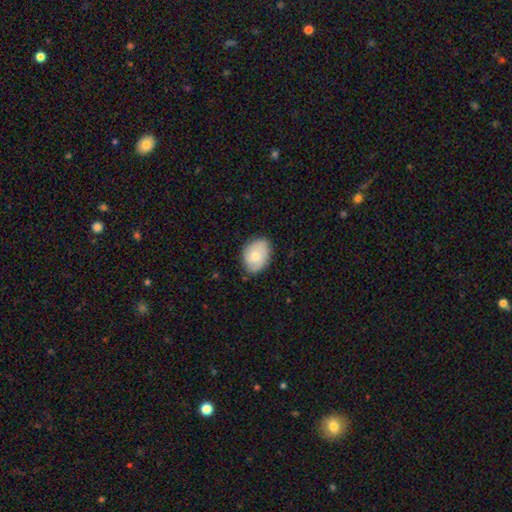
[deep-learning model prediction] smooth 63%, featured or disk 31%, star or artifact 6%. Down the decision tree: how rounded — in between (77%); merging — none (74%).